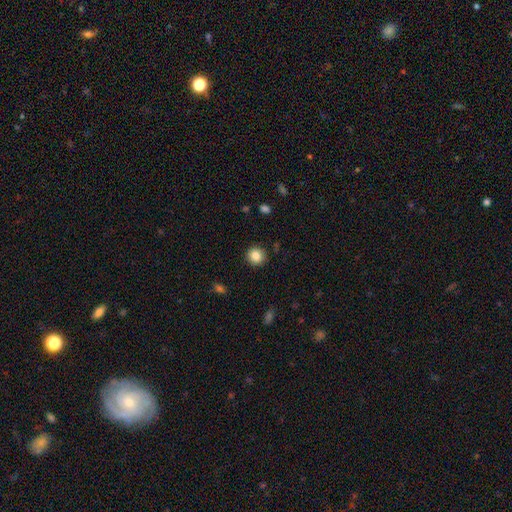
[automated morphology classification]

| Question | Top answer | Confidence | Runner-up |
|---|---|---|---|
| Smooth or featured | smooth | 85% | star or artifact (10%) |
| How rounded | round | 93% | in between (6%) |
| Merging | none | 91% | minor disturbance (6%) |